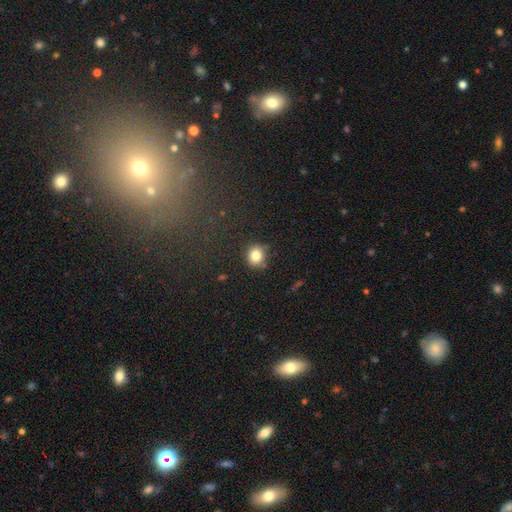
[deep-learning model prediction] The model was most divided on "how rounded": round: 82%, in between: 17%, cigar-shaped: 1%. More confident: merging — none (82%); smooth or featured — smooth (82%).